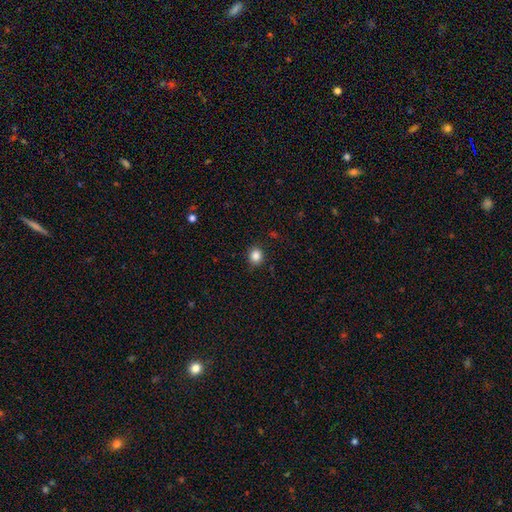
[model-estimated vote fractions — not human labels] The model was most divided on "how rounded": round: 81%, in between: 18%, cigar-shaped: 1%. More confident: merging — none (89%); smooth or featured — smooth (85%).